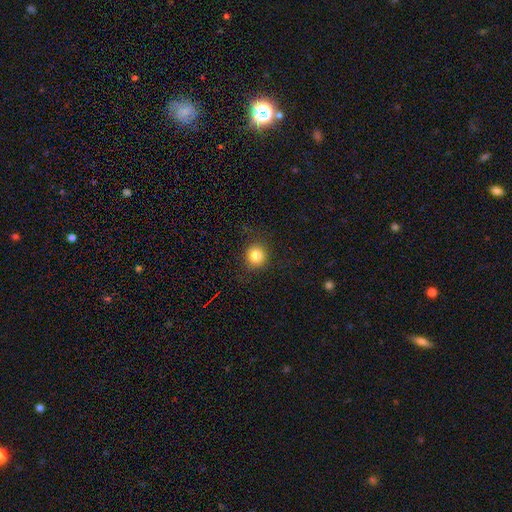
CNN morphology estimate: This is clearly a smooth galaxy (83%). How rounded: clearly round (91%). Merging: clearly none (86%).